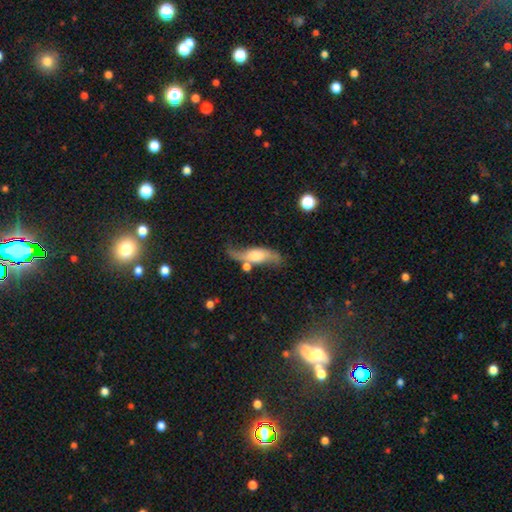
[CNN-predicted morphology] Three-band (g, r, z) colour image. It shows a featured or disk galaxy (62%). Merging: none (48%).